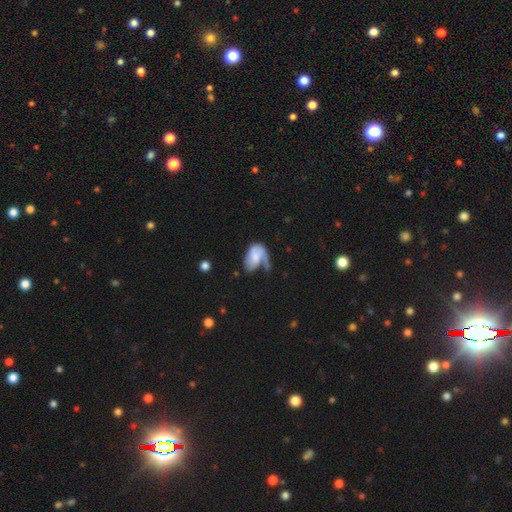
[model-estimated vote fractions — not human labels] smooth 50%, featured or disk 42%, star or artifact 8%. Down the decision tree: merging — major disturbance (41%).